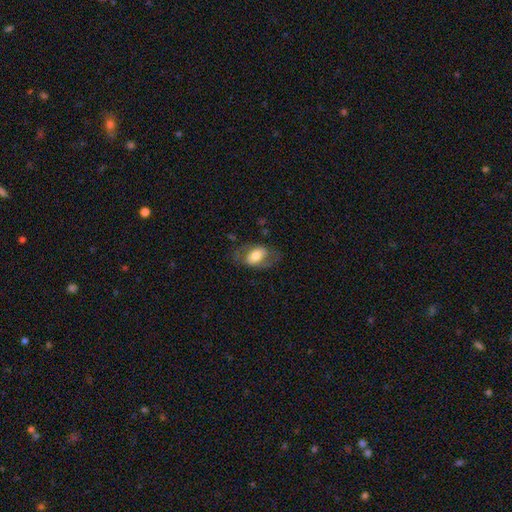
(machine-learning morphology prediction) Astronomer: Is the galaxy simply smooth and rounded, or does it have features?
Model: smooth — 52% (runner-up: featured or disk, 42%).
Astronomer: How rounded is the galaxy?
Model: in between — 86%.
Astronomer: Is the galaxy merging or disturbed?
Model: none — 68%.